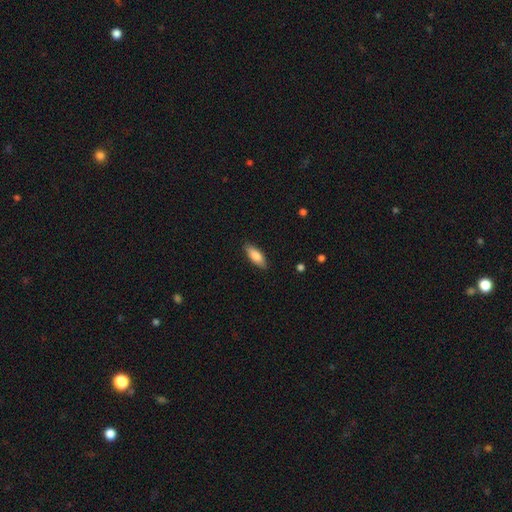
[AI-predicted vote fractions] Smooth or featured: smooth — 82% (featured or disk — 12%)
How rounded: in between — 69% (cigar-shaped — 30%)
Merging: none — 87% (minor disturbance — 10%)